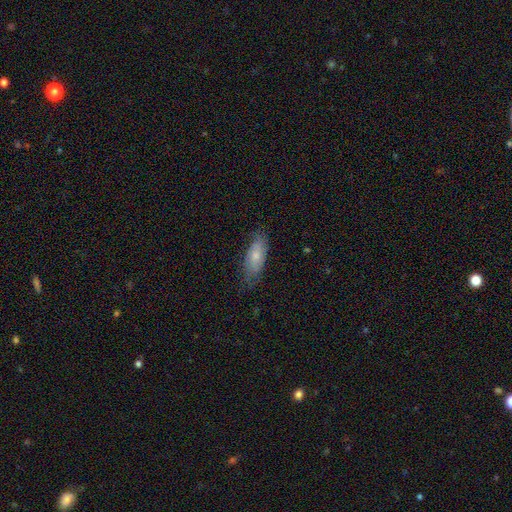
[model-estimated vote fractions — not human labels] The model was most divided on "smooth or featured": smooth: 67%, featured or disk: 27%, star or artifact: 6%. More confident: how rounded — in between (77%); merging — none (70%).